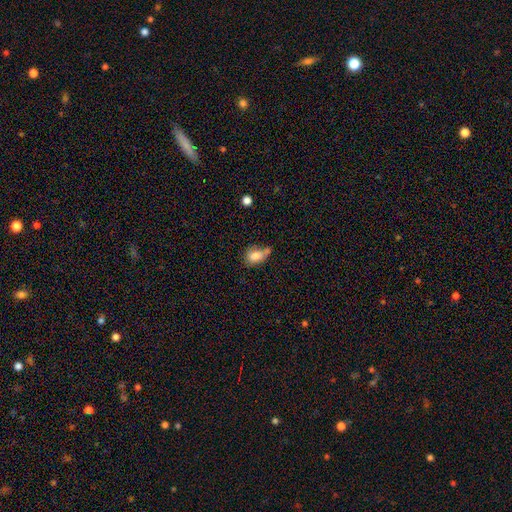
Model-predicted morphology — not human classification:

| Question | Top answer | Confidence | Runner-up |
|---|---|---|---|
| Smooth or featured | smooth | 77% | featured or disk (13%) |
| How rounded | in between | 74% | round (24%) |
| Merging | none | 33% | minor disturbance (30%) |